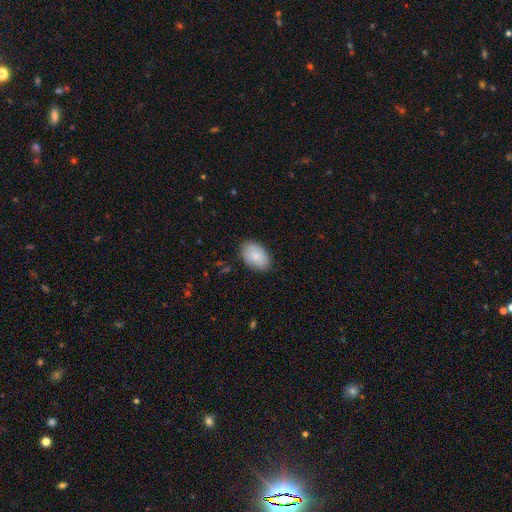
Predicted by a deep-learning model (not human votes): Smooth or featured? smooth (82%)
How rounded? in between (89%)
Merging? none (85%)